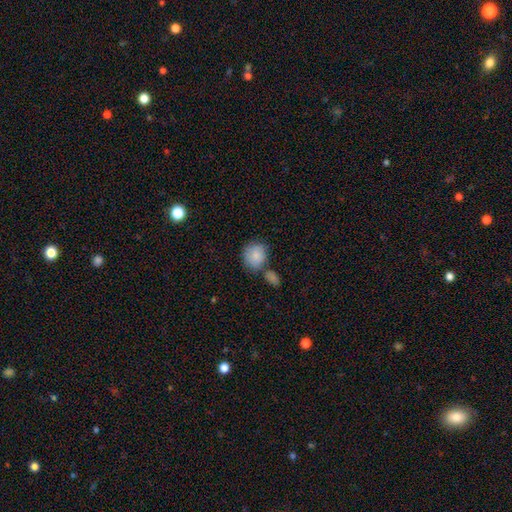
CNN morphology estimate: A smooth galaxy with no disk features (83%) that is round (76%). Merging: none (53%).